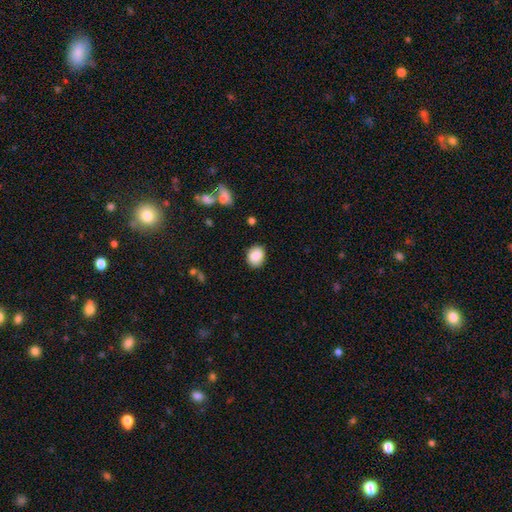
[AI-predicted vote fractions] Morphology: type=smooth (87%); roundness=round (54%); merging=none (87%).